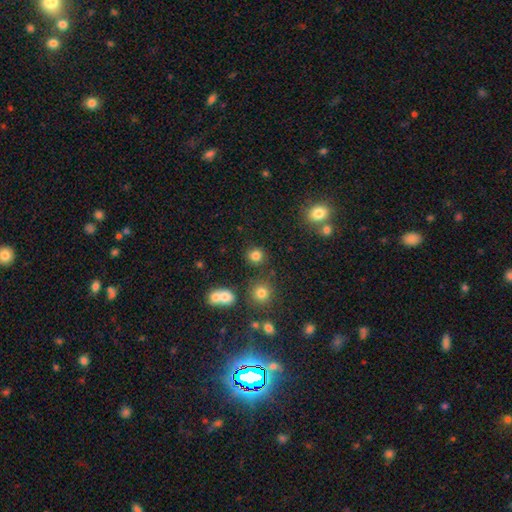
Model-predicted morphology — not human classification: Smooth or featured: smooth — 81% (star or artifact — 14%)
How rounded: round — 88% (in between — 11%)
Merging: none — 84% (minor disturbance — 8%)